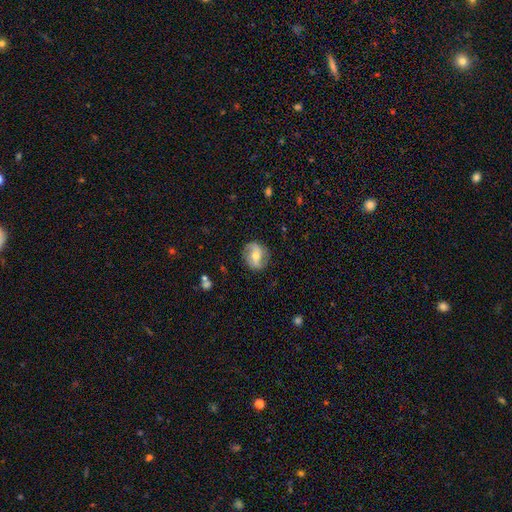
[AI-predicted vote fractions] A featured or disk galaxy (66%) with a weak bar (37%), 2 (89%) loose (46%) spiral arms (86%) and a moderate central bulge (55%).

Vote fractions:
- Smooth or featured? featured or disk: 66% / smooth: 28% / star or artifact: 7%
- Edge-on disk? no: 96% / yes: 4%
- Bar? weak: 37% / no: 36% / strong: 26%
- Spiral arms? yes: 86% / no: 14%
- Spiral winding? loose: 46% / medium: 36% / tight: 18%
- Spiral arm count? 2: 89% / can't tell: 5% / 1: 2% / 3: 1% / 4: 1% / more than 4: 1%
- Bulge size? moderate: 55% / small: 39% / large: 3% / none: 2% / dominant: 1%
- Merging? none: 82% / minor disturbance: 12% / major disturbance: 4% / merger: 1%